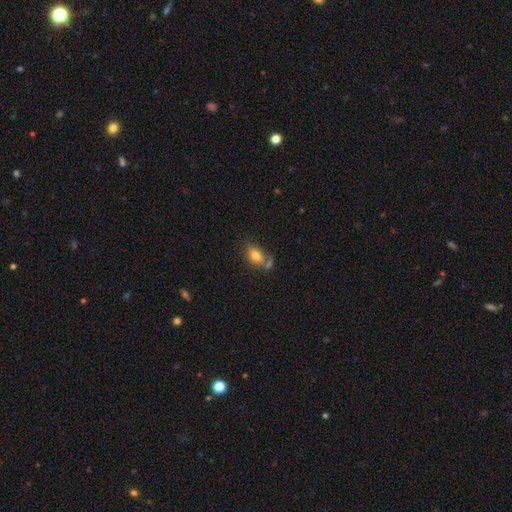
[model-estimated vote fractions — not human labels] smooth 77%, featured or disk 14%, star or artifact 9%. Down the decision tree: how rounded — in between (84%); merging — none (47%).